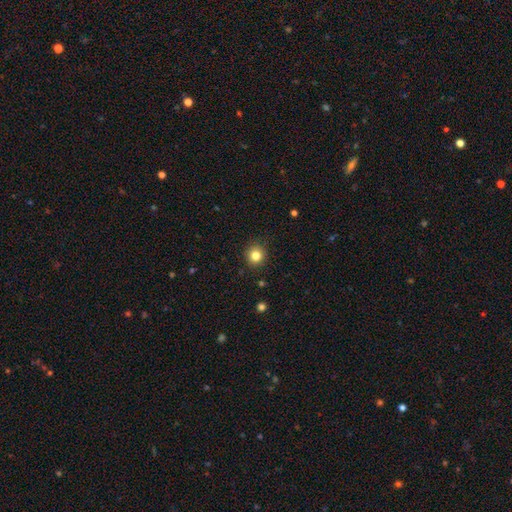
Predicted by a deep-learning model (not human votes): The model was most divided on "smooth or featured": smooth: 82%, star or artifact: 12%, featured or disk: 6%. More confident: how rounded — round (91%); merging — none (89%).